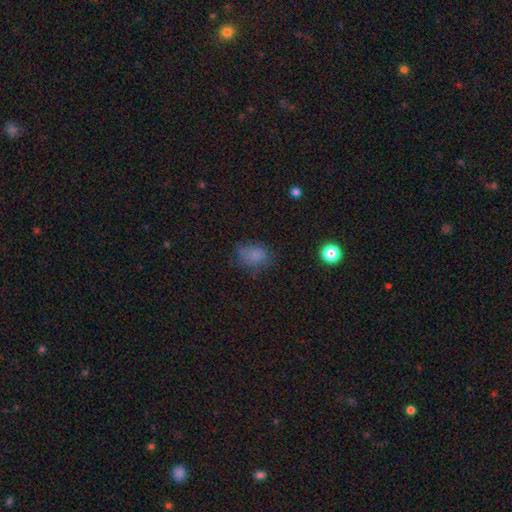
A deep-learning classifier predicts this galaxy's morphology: Q: Smooth or featured?
A: smooth (74%); runner-up: star or artifact (15%)
Q: How rounded?
A: in between (63%); runner-up: round (36%)
Q: Merging?
A: none (58%); runner-up: minor disturbance (26%)